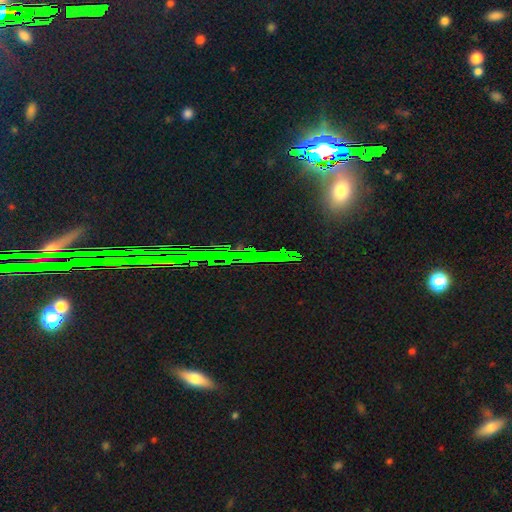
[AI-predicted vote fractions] Overall: star or artifact (71%).